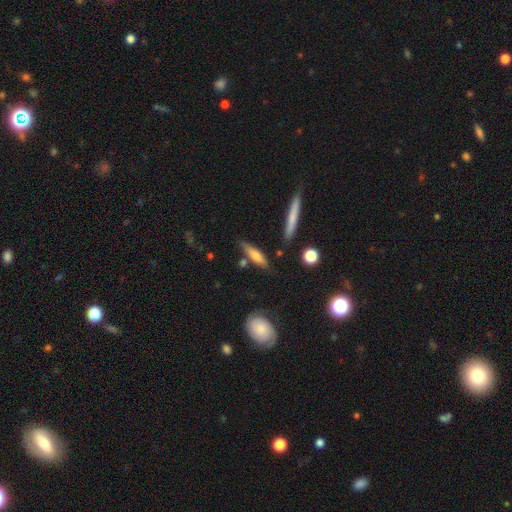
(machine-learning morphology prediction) Q: Smooth or featured?
A: smooth (65%); runner-up: featured or disk (28%)
Q: How rounded?
A: cigar-shaped (71%); runner-up: in between (26%)
Q: Merging?
A: none (69%); runner-up: minor disturbance (17%)